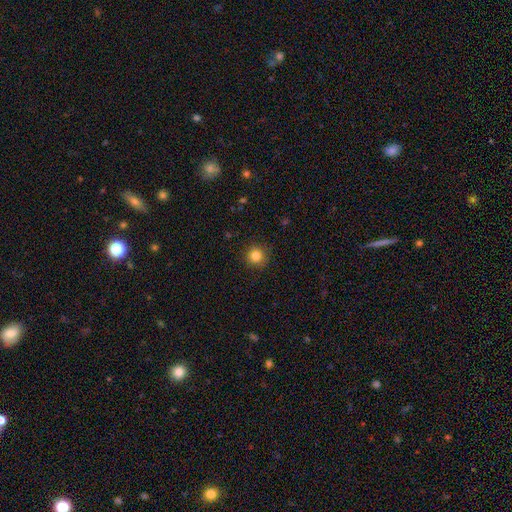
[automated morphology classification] A smooth galaxy with no disk features (83%) that is round (94%). Merging: none (90%).